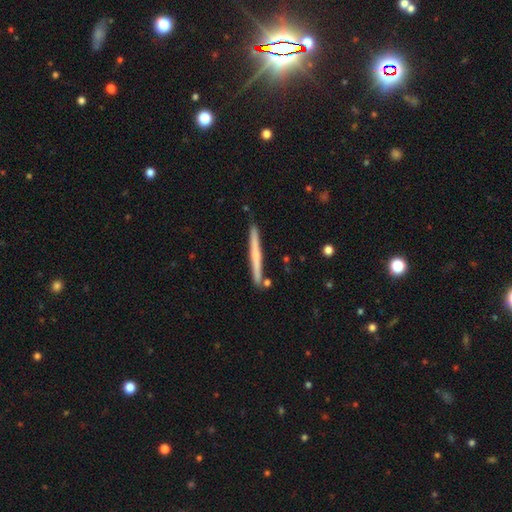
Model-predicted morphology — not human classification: Overall: smooth (50%; featured or disk 44%). How rounded: cigar-shaped (97%). Merging: none (87%).